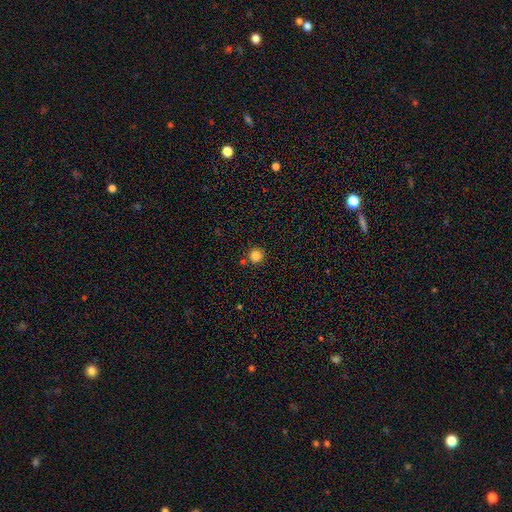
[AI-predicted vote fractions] This appears to be a smooth galaxy with no disk features (84%) that is round (95%). Merging: none (83%).